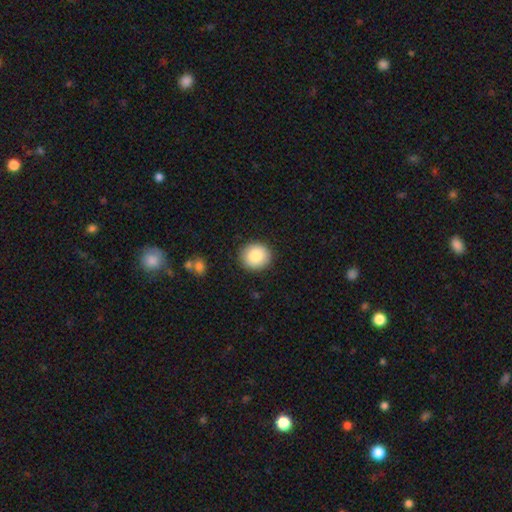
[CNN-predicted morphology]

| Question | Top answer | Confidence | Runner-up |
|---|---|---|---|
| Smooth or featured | smooth | 86% | star or artifact (7%) |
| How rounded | round | 83% | in between (16%) |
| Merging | none | 90% | minor disturbance (7%) |